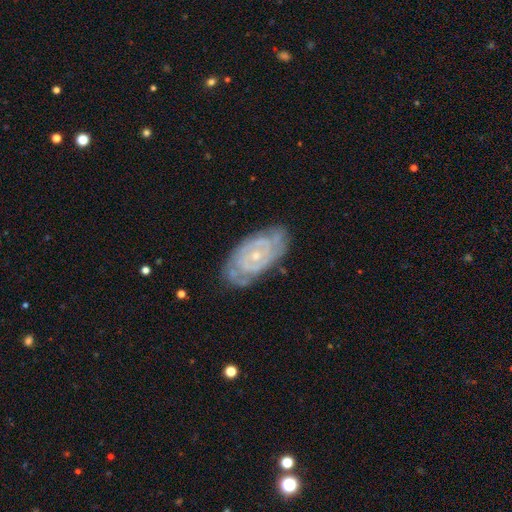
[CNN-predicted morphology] Smooth or featured: featured or disk — 83% (smooth — 11%)
Edge-on disk: no — 95% (yes — 5%)
Bar: no — 72% (weak — 23%)
Spiral arms: yes — 93% (no — 7%)
Spiral winding: tight — 74% (medium — 21%)
Spiral arm count: 2 — 38% (can't tell — 31%)
Bulge size: small — 76% (moderate — 20%)
Merging: none — 75% (minor disturbance — 19%)